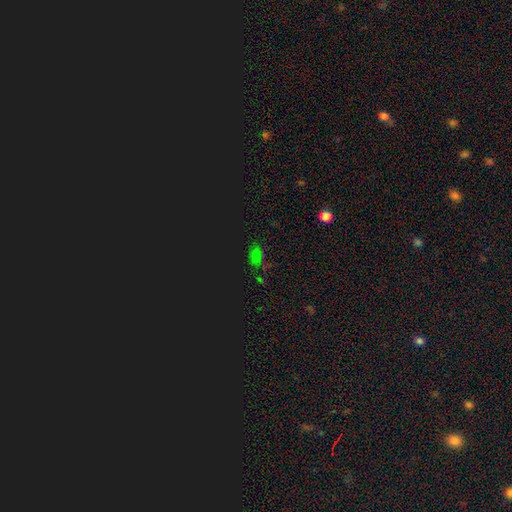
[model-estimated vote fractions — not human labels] This is likely a star or artifact rather than a galaxy (63%).